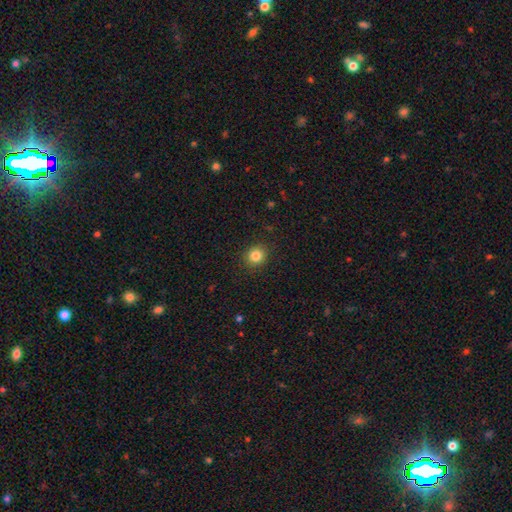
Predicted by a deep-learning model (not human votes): Smooth or featured? Predicted: smooth (p=0.84). How rounded? Predicted: round (p=0.88). Merging? Predicted: none (p=0.91).